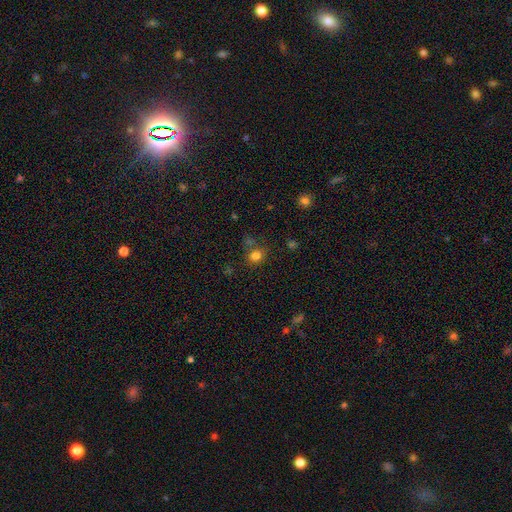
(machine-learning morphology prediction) Overall: smooth (79%). How rounded: round (80%). Merging: none (72%).